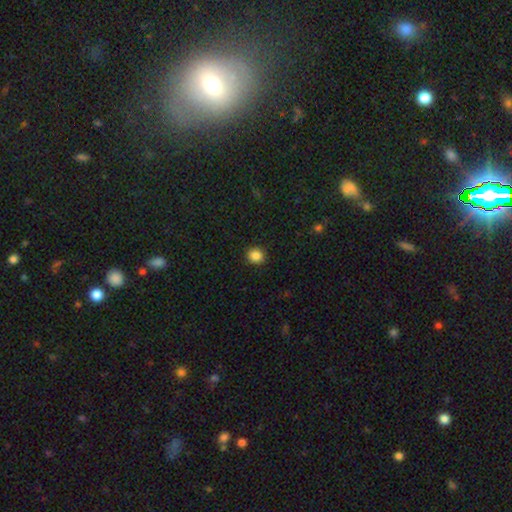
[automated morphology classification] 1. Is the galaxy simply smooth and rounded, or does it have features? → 87% smooth, 10% star or artifact, 3% featured or disk.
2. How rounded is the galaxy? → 88% round, 12% in between, 1% cigar-shaped.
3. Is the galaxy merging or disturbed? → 92% none, 5% minor disturbance, 2% major disturbance, 1% merger.